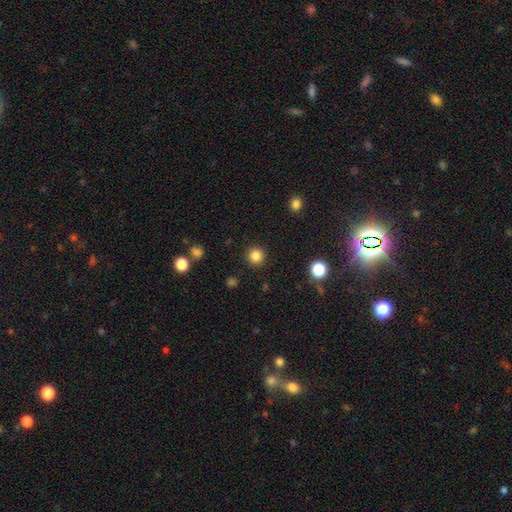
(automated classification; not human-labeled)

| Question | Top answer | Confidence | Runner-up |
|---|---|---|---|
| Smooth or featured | smooth | 84% | star or artifact (12%) |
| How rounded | round | 95% | in between (4%) |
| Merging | none | 92% | minor disturbance (5%) |